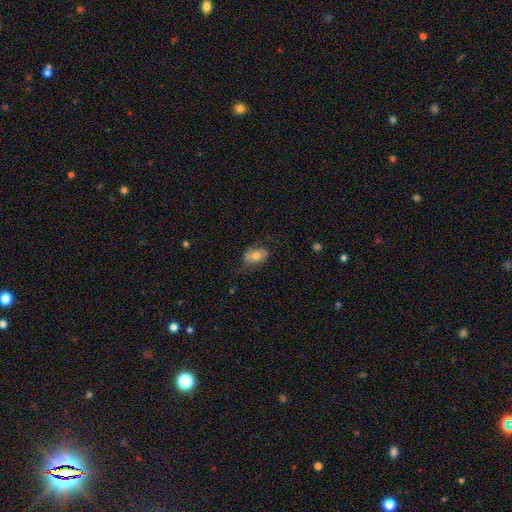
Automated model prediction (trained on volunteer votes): The model was most divided on "smooth or featured": smooth: 65%, featured or disk: 28%, star or artifact: 7%. More confident: how rounded — in between (88%); merging — none (66%).